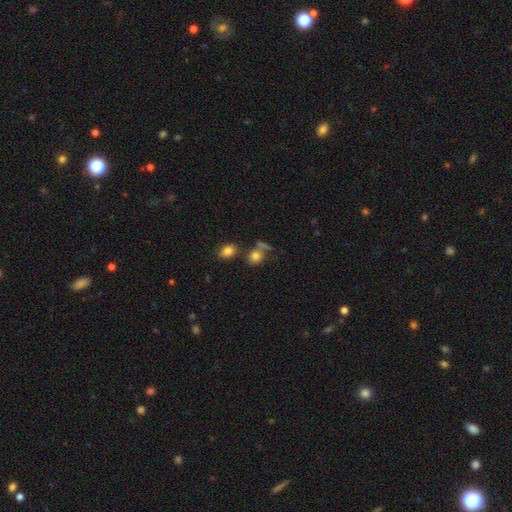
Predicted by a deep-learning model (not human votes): smooth_or_featured: smooth (p=0.78) [alt: star or artifact p=0.11]
how_rounded: round (p=0.62) [alt: in between p=0.36]
merging: none (p=0.56) [alt: merger p=0.23]